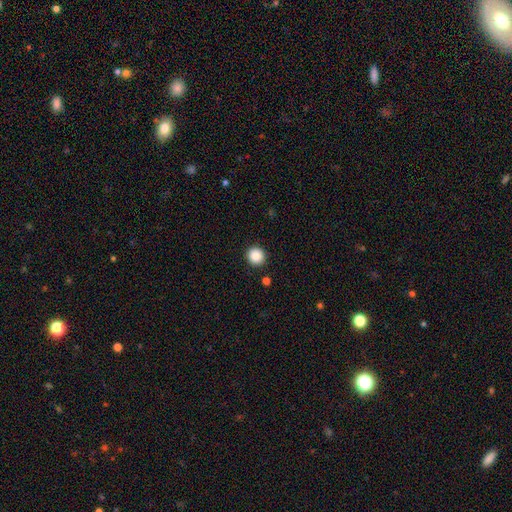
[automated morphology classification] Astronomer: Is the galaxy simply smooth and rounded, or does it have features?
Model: smooth — 88%.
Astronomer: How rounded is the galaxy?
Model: round — 92%.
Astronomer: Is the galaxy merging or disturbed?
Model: none — 91%.